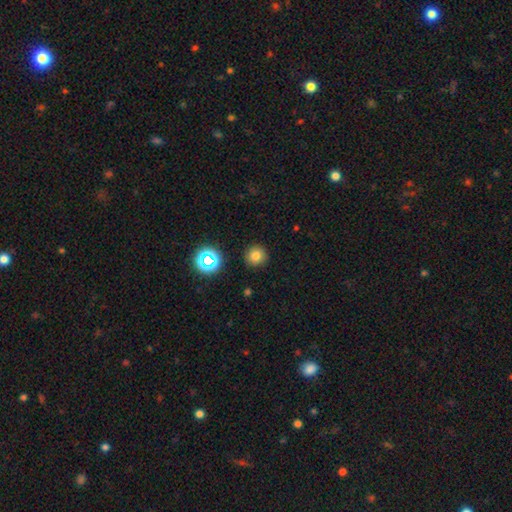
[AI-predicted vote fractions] smooth-or-featured: smooth: 77% | star or artifact: 17% | featured or disk: 6%
  how-rounded: round: 93% | in between: 6% | cigar-shaped: 1%
  merging: none: 90% | minor disturbance: 7% | major disturbance: 2% | merger: 1%